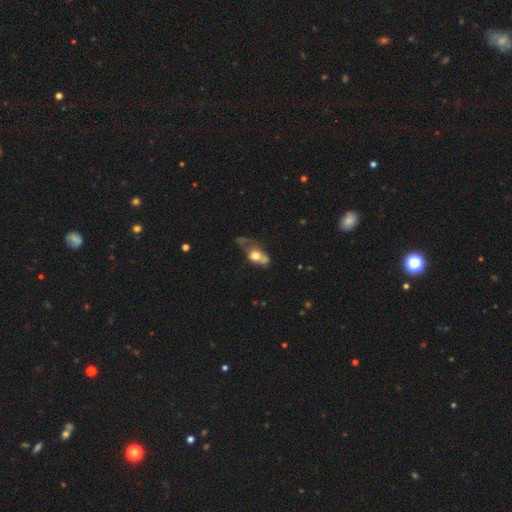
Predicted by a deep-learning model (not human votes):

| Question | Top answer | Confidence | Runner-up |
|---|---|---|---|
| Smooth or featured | smooth | 56% | featured or disk (33%) |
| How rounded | in between | 60% | round (32%) |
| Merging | major disturbance | 33% | none (25%) |